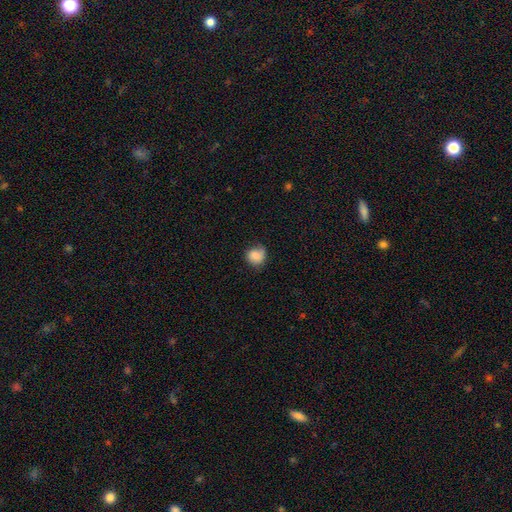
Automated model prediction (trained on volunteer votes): The model was most divided on "merging": none: 61%, minor disturbance: 29%, major disturbance: 9%, merger: 2%. More confident: smooth or featured — smooth (79%); how rounded — round (79%).